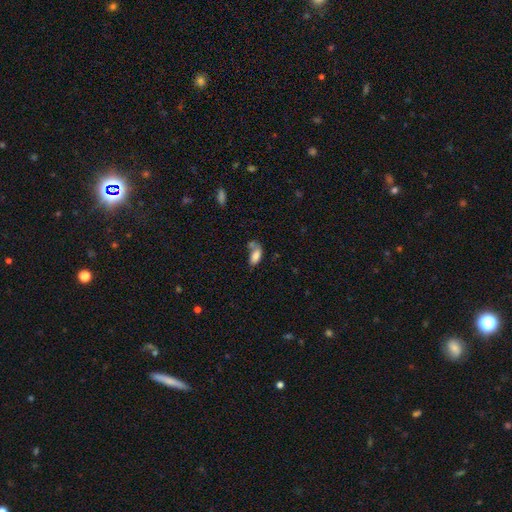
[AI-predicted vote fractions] Smooth or featured? smooth (78%)
How rounded? in between (91%)
Merging? merger (34%)